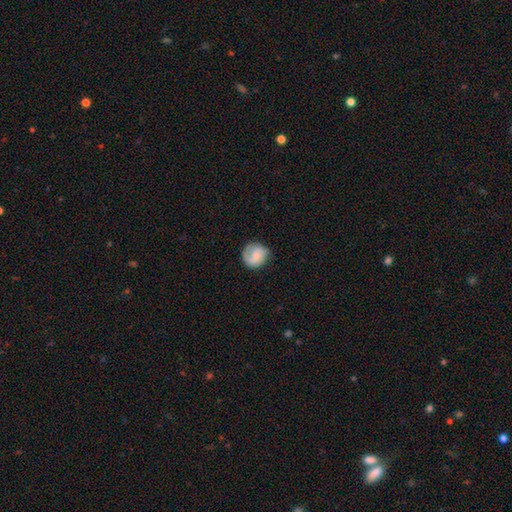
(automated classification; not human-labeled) This is possibly a smooth galaxy (47%). Merging: likely none (73%).